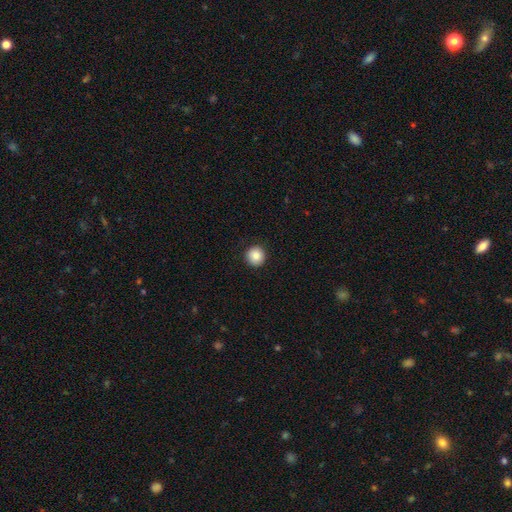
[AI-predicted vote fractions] This is clearly a smooth galaxy (87%). How rounded: clearly round (95%). Merging: clearly none (92%).